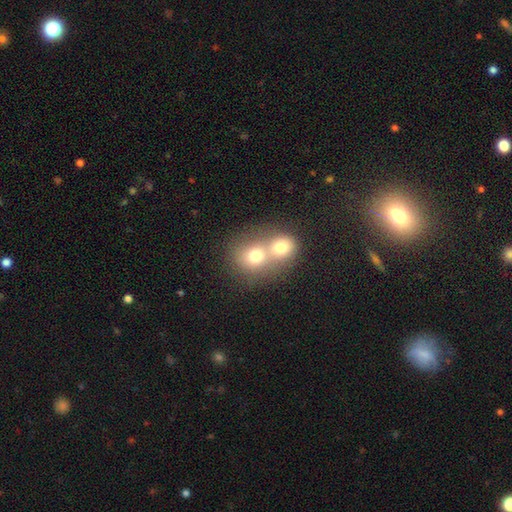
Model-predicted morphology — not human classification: type=smooth (70%); roundness=round (73%); merging=merger (67%).